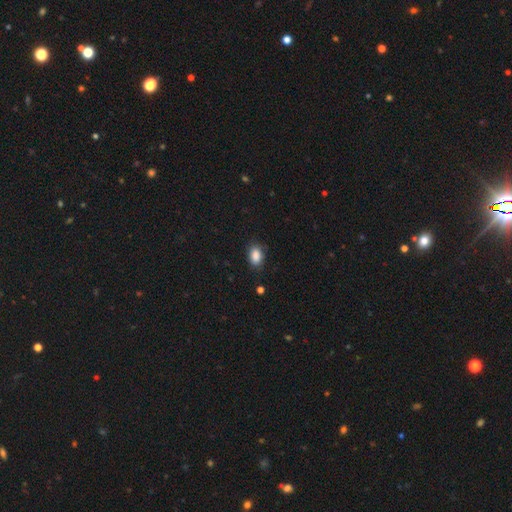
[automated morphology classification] Overall: smooth (87%). How rounded: in between (84%). Merging: none (79%).